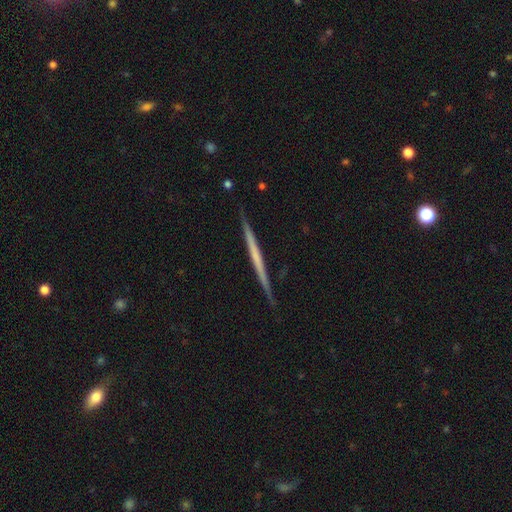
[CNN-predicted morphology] A featured or disk galaxy (63%) viewed edge-on (98%) with no central bulge (89%). Merging: none (90%).